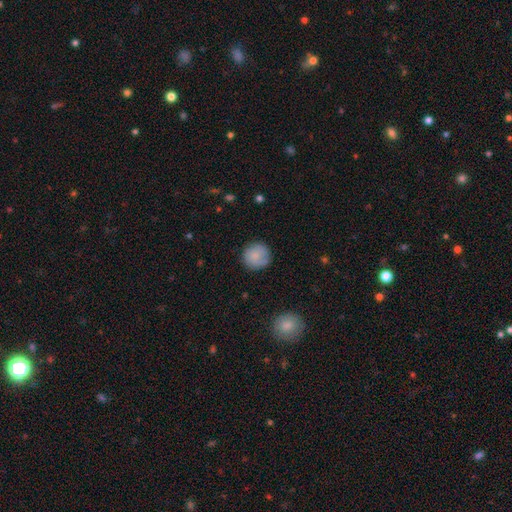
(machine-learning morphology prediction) type=smooth (78%); roundness=round (93%); merging=none (81%).